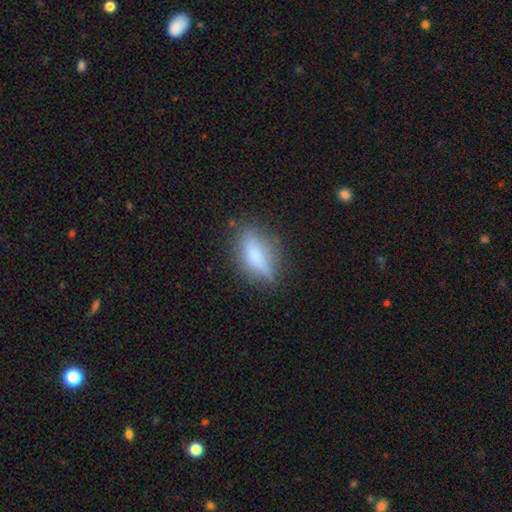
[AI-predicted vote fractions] smooth_or_featured: smooth (p=0.64) [alt: featured or disk p=0.27]
how_rounded: in between (p=0.65) [alt: cigar-shaped p=0.30]
merging: none (p=0.75) [alt: minor disturbance p=0.18]